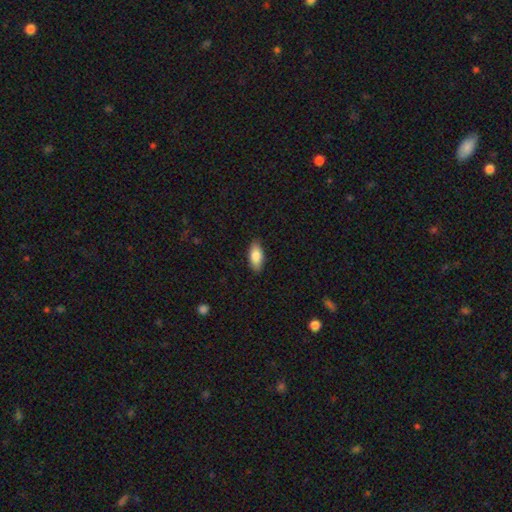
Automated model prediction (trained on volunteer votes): Smooth or featured?
  - smooth: 83% *
  - featured or disk: 10%
  - star or artifact: 6%
How rounded?
  - in between: 86% *
  - cigar-shaped: 11%
  - round: 3%
Merging?
  - none: 88% *
  - minor disturbance: 9%
  - major disturbance: 2%
  - merger: 1%